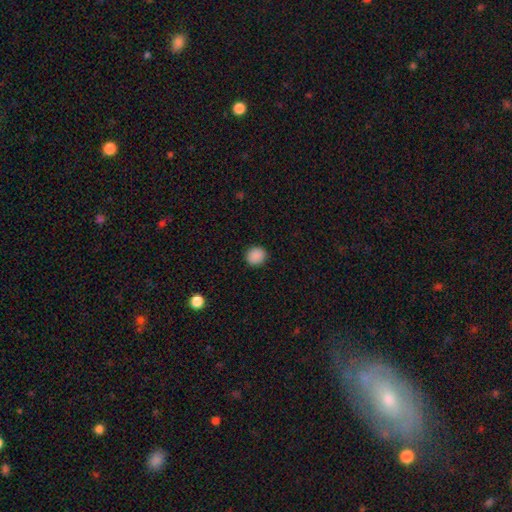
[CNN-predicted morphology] type=smooth (89%); roundness=round (81%); merging=none (91%).